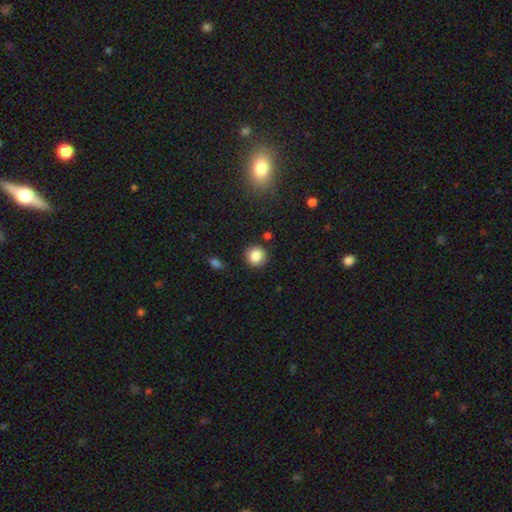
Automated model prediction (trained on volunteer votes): The model was most divided on "smooth or featured": smooth: 85%, star or artifact: 10%, featured or disk: 5%. More confident: how rounded — round (90%); merging — none (87%).